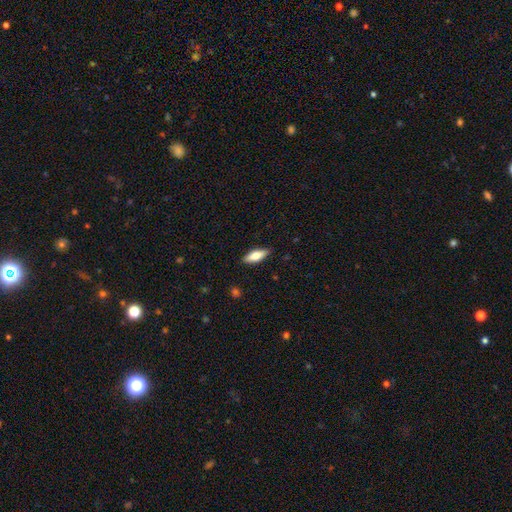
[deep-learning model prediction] Smooth or featured? smooth (73%)
How rounded? in between (67%)
Merging? none (87%)